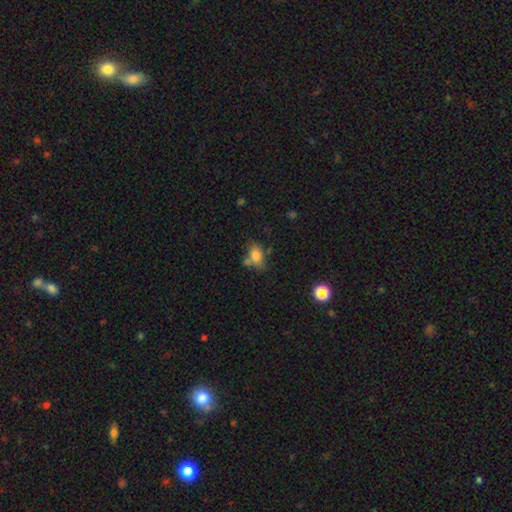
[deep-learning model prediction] Smooth or featured: smooth — 77% (featured or disk — 12%)
How rounded: in between — 81% (round — 16%)
Merging: none — 50% (merger — 21%)